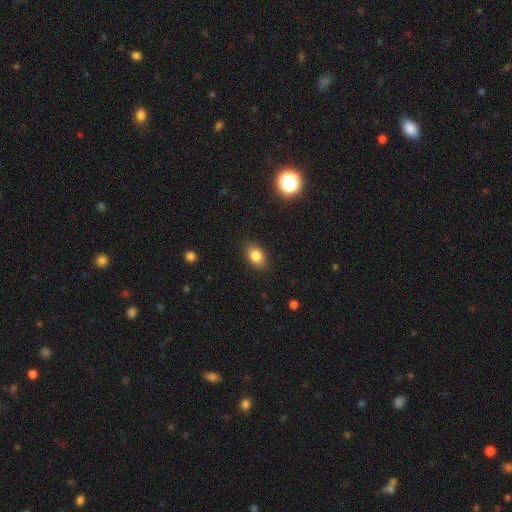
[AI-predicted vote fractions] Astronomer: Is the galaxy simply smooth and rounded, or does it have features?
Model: smooth — 83%.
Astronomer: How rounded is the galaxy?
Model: in between — 79%.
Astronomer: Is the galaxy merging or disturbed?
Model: none — 87%.